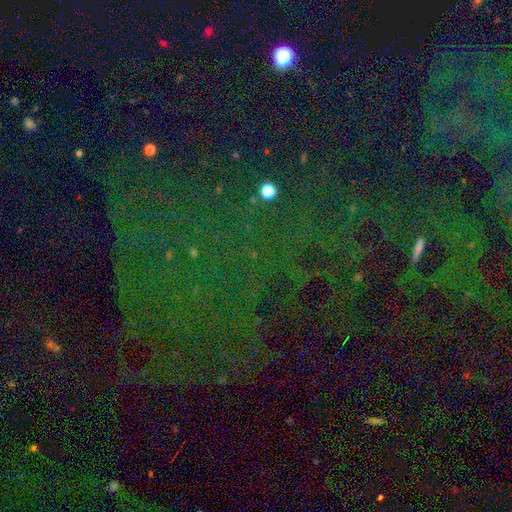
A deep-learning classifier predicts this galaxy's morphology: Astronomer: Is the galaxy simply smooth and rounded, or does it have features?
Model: star or artifact — 79%.